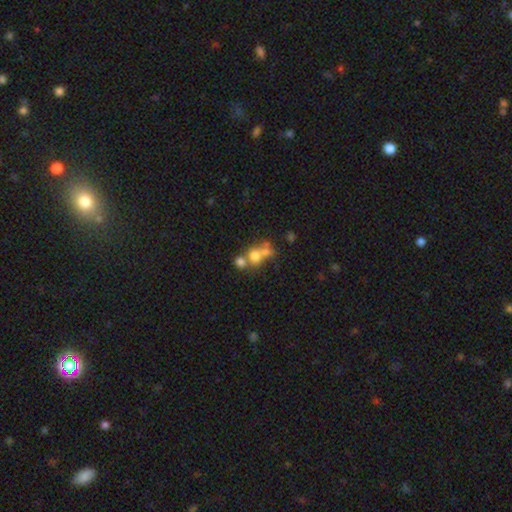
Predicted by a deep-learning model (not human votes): A smooth galaxy with no disk features (64%) that is round (73%).

Vote fractions:
- Smooth or featured? smooth: 64% / featured or disk: 20% / star or artifact: 15%
- How rounded? round: 73% / in between: 25% / cigar-shaped: 1%
- Merging? merger: 54% / none: 32% / minor disturbance: 8% / major disturbance: 6%